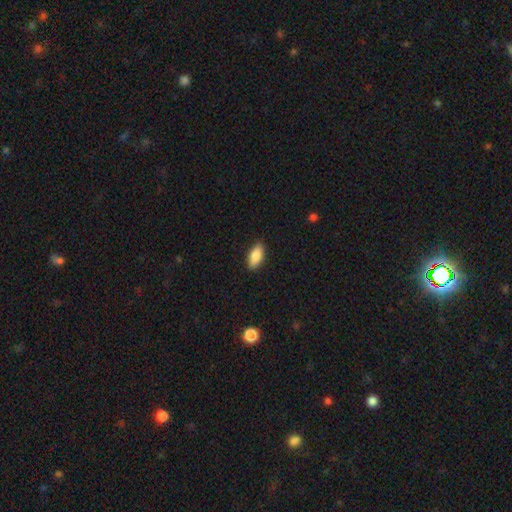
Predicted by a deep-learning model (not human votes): Smooth or featured? Predicted: smooth (p=0.87). How rounded? Predicted: in between (p=0.90). Merging? Predicted: none (p=0.88).